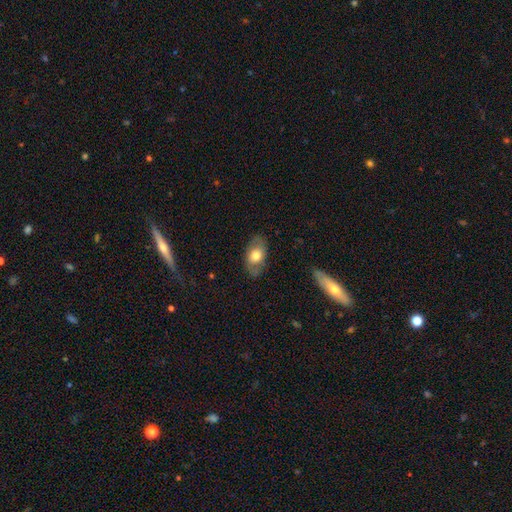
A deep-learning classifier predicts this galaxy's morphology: Smooth or featured? Predicted: smooth (p=0.61). How rounded? Predicted: in between (p=0.89). Merging? Predicted: none (p=0.79).